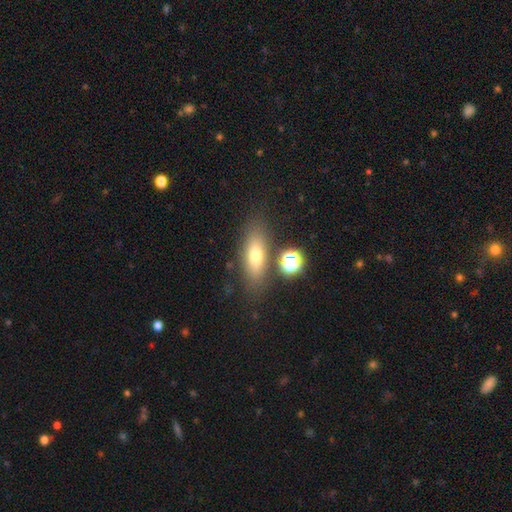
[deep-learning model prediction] This is likely a smooth galaxy (70%). How rounded: likely in between (67%). Merging: likely none (77%).